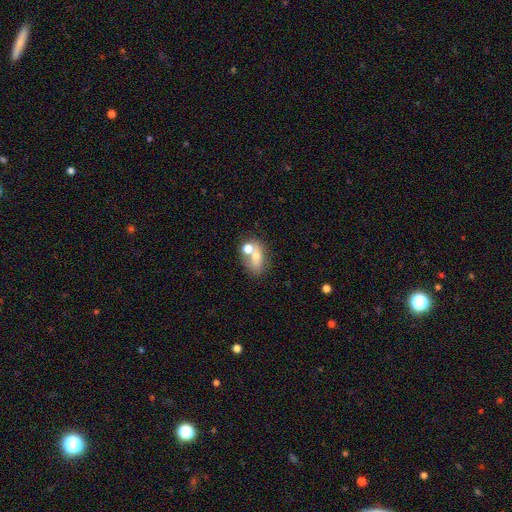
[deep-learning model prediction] Overall: smooth (59%; featured or disk 29%). How rounded: in between (63%; round 35%). Merging: merger (42%; none 39%).